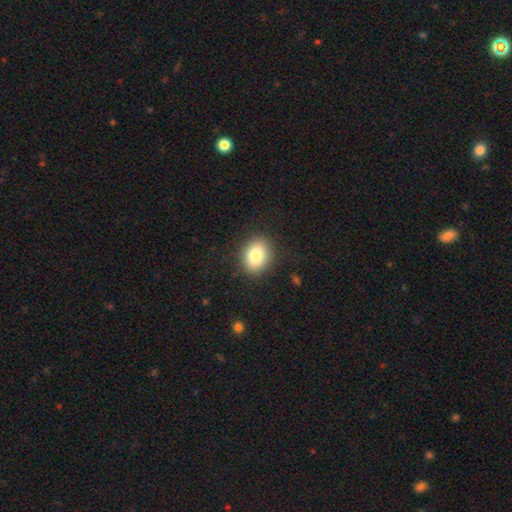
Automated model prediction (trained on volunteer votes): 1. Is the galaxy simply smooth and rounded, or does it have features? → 82% smooth, 9% featured or disk, 9% star or artifact.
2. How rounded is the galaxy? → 59% in between, 40% round, 1% cigar-shaped.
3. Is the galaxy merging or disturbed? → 87% none, 9% minor disturbance, 3% major disturbance, 1% merger.